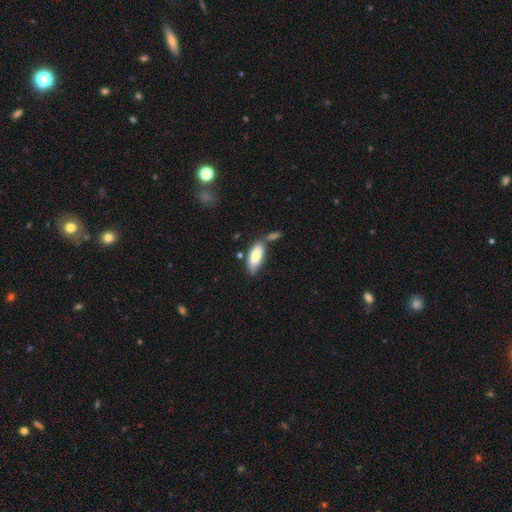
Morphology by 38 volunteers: Smooth or featured?
  - smooth: 84% *
  - featured or disk: 16%
  - star or artifact: 0%
How rounded?
  - in between: 72% *
  - cigar-shaped: 25%
  - round: 3%
Merging?
  - none: 55% *
  - minor disturbance: 24%
  - merger: 16%
  - major disturbance: 5%